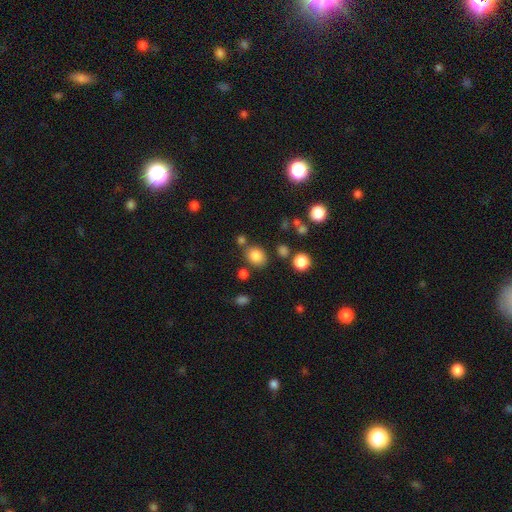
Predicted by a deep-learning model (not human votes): smooth_or_featured: smooth (p=0.82) [alt: star or artifact p=0.12]
how_rounded: round (p=0.60) [alt: in between p=0.39]
merging: none (p=0.74) [alt: minor disturbance p=0.12]